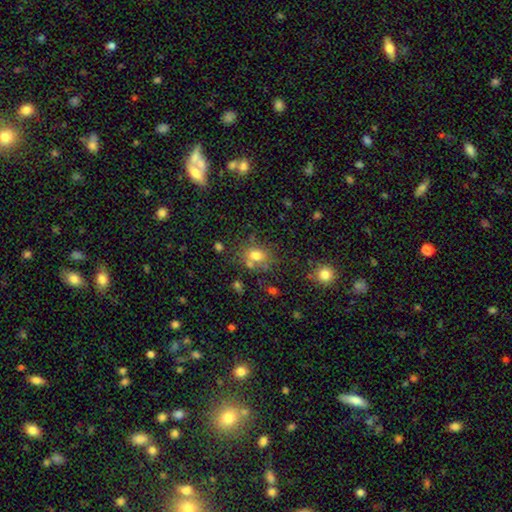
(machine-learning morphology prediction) A smooth galaxy with no disk features (73%) that is in between round and cigar-shaped (50%). Merging: none (61%).